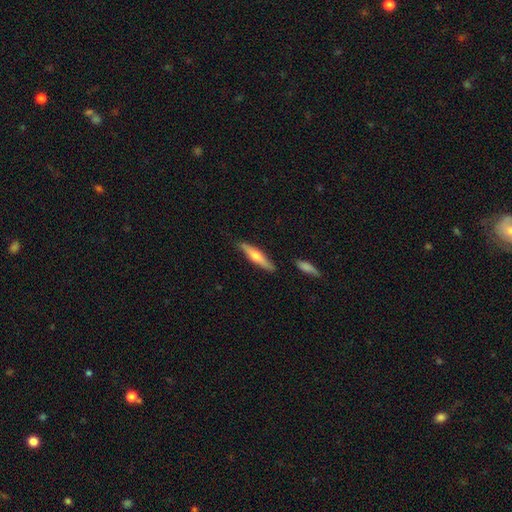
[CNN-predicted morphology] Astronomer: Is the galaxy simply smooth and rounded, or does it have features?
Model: featured or disk — 48% (runner-up: smooth, 46%).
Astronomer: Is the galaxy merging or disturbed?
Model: none — 84%.